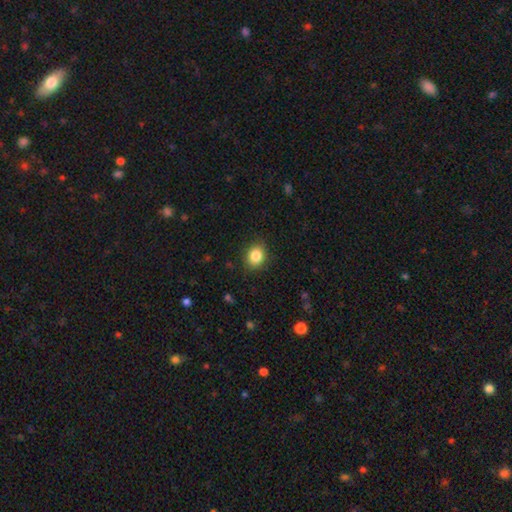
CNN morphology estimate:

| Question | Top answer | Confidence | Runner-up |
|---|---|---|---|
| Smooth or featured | smooth | 85% | star or artifact (9%) |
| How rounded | round | 62% | in between (37%) |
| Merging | none | 86% | minor disturbance (10%) |